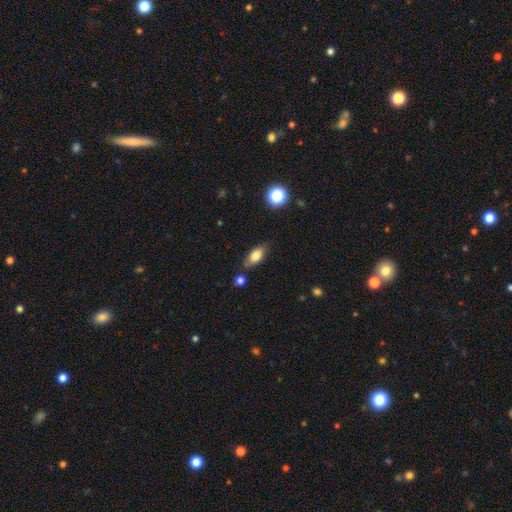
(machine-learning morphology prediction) Overall: smooth (78%). How rounded: in between (85%). Merging: none (74%).